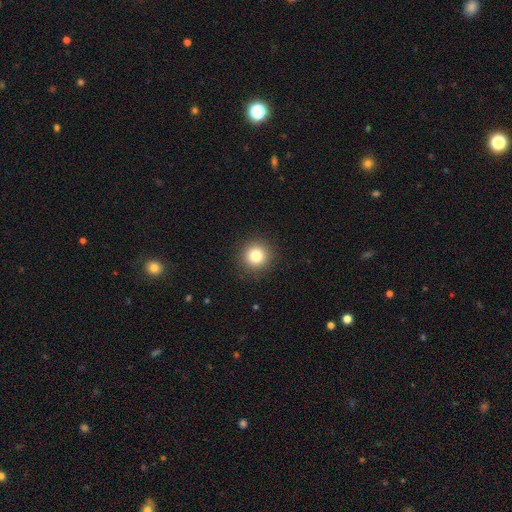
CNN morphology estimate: The model was most divided on "smooth or featured": smooth: 82%, star or artifact: 12%, featured or disk: 7%. More confident: how rounded — round (95%); merging — none (92%).